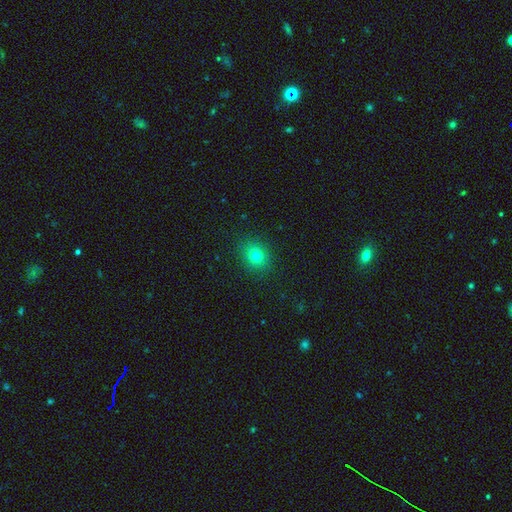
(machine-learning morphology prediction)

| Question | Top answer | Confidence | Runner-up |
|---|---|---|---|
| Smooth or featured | smooth | 77% | star or artifact (15%) |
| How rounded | round | 70% | in between (29%) |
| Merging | none | 89% | minor disturbance (8%) |